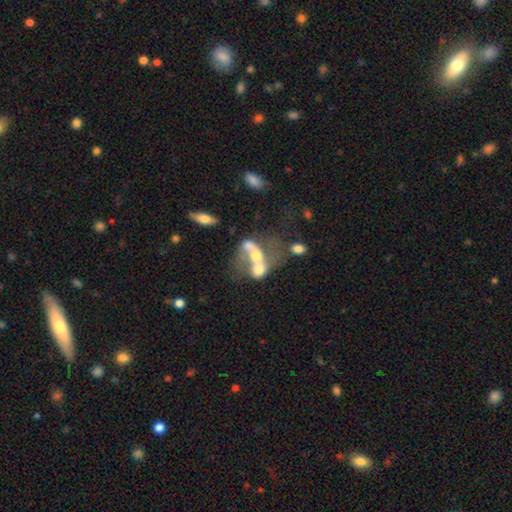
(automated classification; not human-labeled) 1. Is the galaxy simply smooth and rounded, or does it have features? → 53% featured or disk, 35% smooth, 13% star or artifact.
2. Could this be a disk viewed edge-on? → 93% no, 7% yes.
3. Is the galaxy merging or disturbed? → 66% merger, 15% major disturbance, 12% none, 7% minor disturbance.